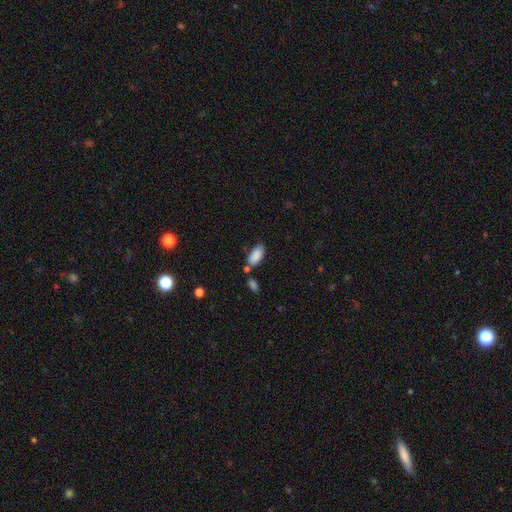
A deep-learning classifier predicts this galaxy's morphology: smooth 88%, star or artifact 7%, featured or disk 5%. Down the decision tree: how rounded — in between (92%); merging — none (67%).